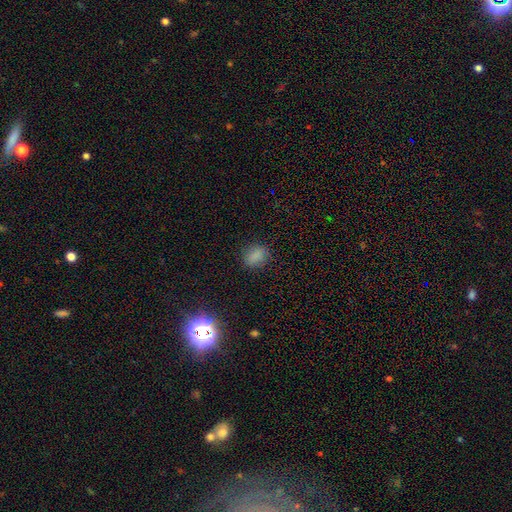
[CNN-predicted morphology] Smooth or featured? Predicted: smooth (p=0.82). How rounded? Predicted: in between (p=0.62). Merging? Predicted: none (p=0.85).